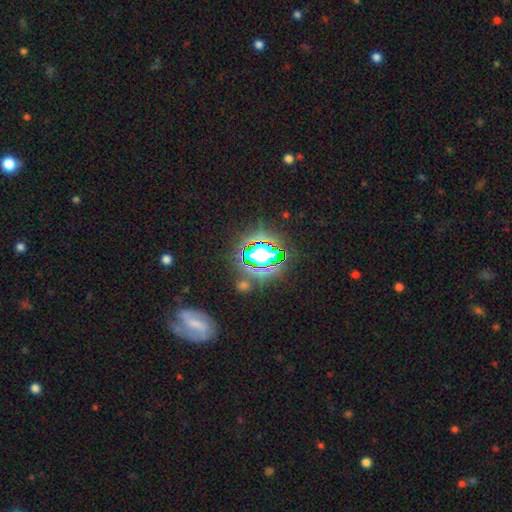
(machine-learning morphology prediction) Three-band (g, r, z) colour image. It shows a star or artifact, not a galaxy (70%).